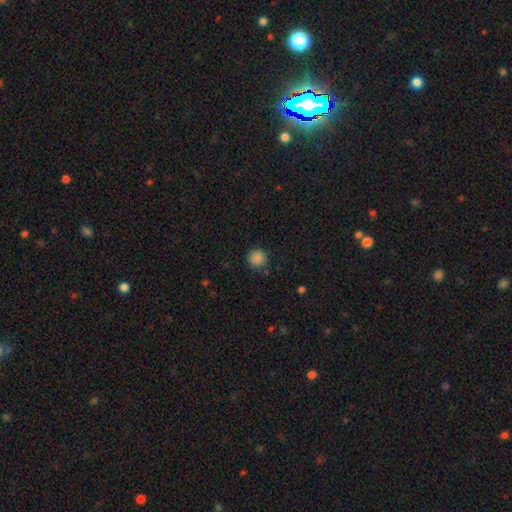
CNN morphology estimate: Smooth or featured? smooth (83%)
How rounded? round (94%)
Merging? none (87%)